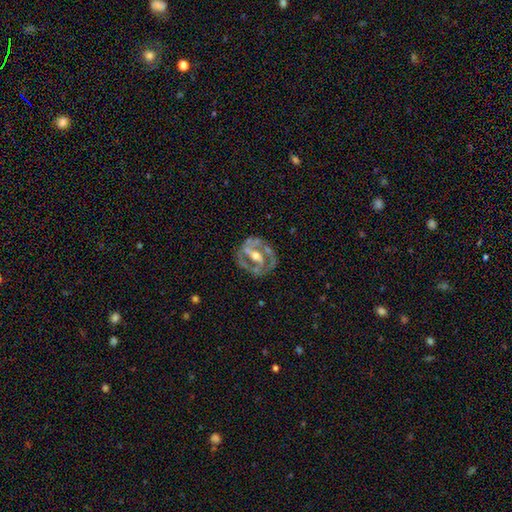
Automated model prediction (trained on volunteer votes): Overall: featured or disk (81%). Edge-on disk: no (94%). Bar: strong (43%; weak 30%). Spiral arms: yes (56%; no 44%). Bulge size: moderate (67%). Merging: none (69%).